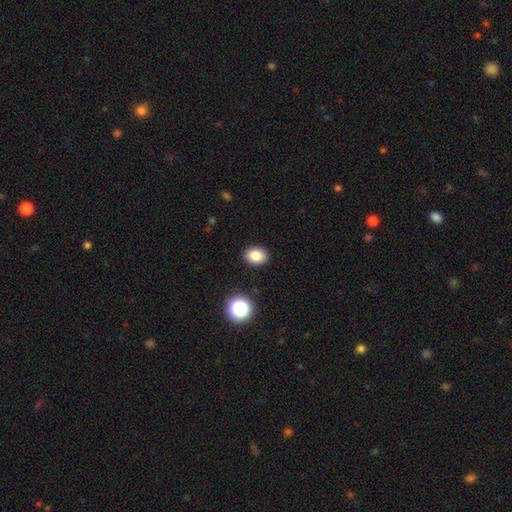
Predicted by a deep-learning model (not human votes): A smooth galaxy with no disk features (83%) that is in between round and cigar-shaped (59%).

Vote fractions:
- Smooth or featured? smooth: 83% / star or artifact: 11% / featured or disk: 6%
- How rounded? in between: 59% / round: 41% / cigar-shaped: 1%
- Merging? none: 90% / minor disturbance: 7% / major disturbance: 2% / merger: 1%